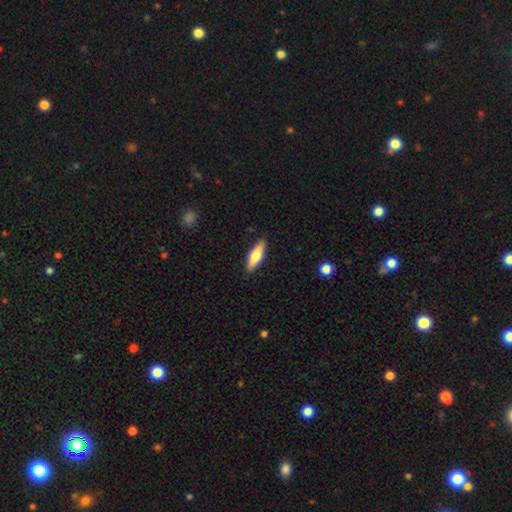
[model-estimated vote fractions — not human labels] Smooth or featured? smooth (64%)
How rounded? in between (51%)
Merging? none (88%)